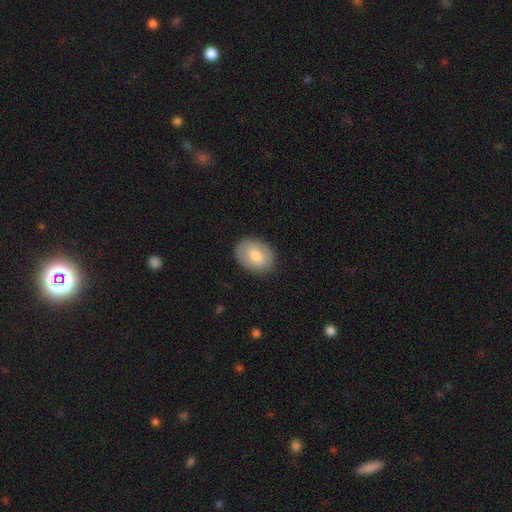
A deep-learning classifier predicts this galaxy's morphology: The model was most divided on "how rounded": in between: 71%, round: 28%, cigar-shaped: 1%. More confident: merging — none (86%); smooth or featured — smooth (71%).